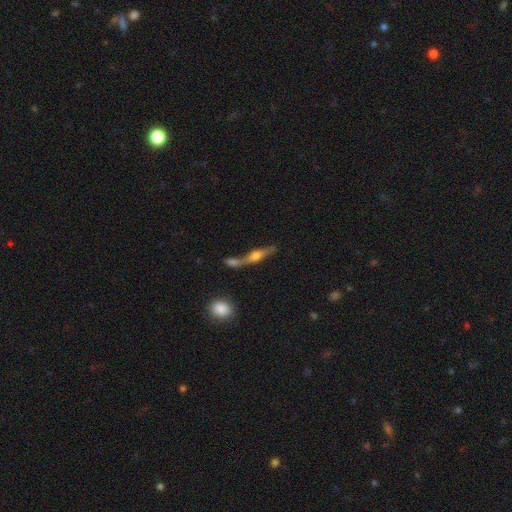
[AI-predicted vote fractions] featured or disk 64%, smooth 27%, star or artifact 8%. Down the decision tree: edge-on disk — yes (86%); edge-on bulge — rounded (91%); merging — none (45%).